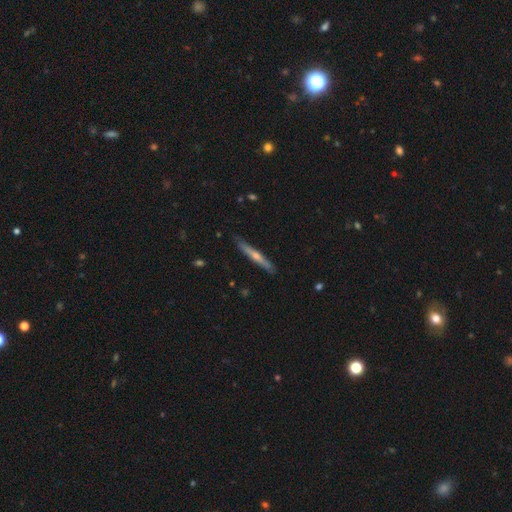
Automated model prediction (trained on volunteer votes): Morphology: type=featured or disk (61%); edge-on=yes (96%); edge-on bulge=rounded (72%); merging=none (88%).